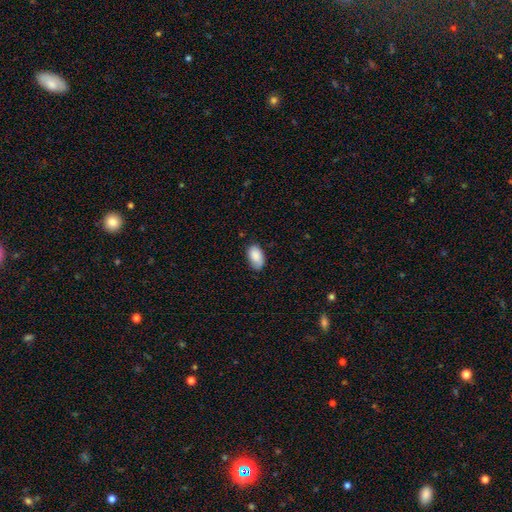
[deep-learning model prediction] A smooth galaxy with no disk features (87%) that is in between round and cigar-shaped (93%). Merging: none (70%).